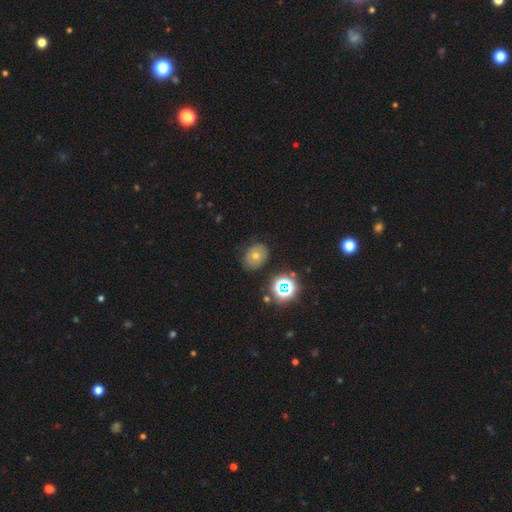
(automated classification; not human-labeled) This appears to be a smooth galaxy with no disk features (48%). Merging: none (80%).